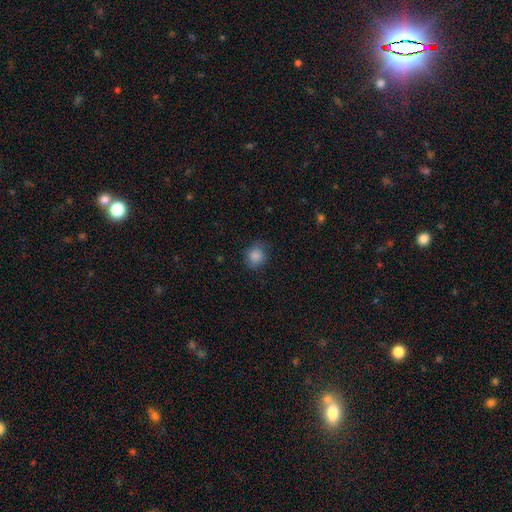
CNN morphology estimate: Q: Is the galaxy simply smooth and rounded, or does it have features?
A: smooth — 86%.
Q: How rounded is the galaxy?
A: round — 78%.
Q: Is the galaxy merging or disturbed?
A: none — 75%.